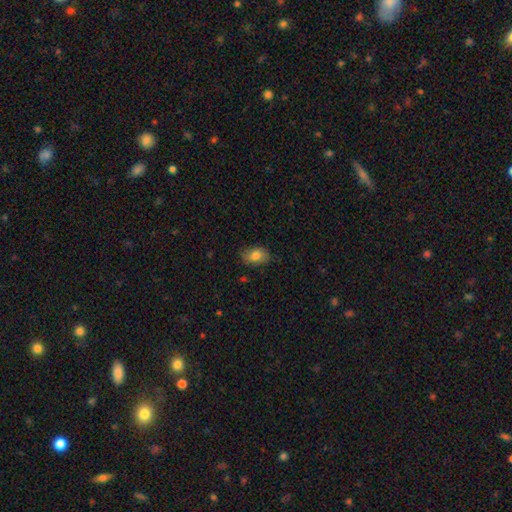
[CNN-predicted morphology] This is clearly a smooth galaxy (81%). How rounded: clearly in between (83%). Merging: likely none (80%).